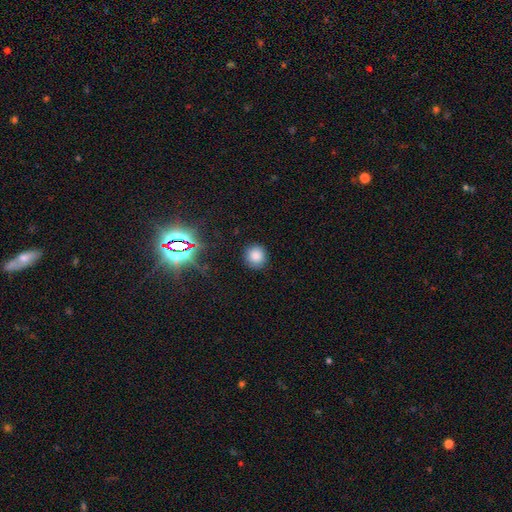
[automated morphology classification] smooth 80%, star or artifact 15%, featured or disk 6%. Down the decision tree: how rounded — round (92%); merging — none (87%).